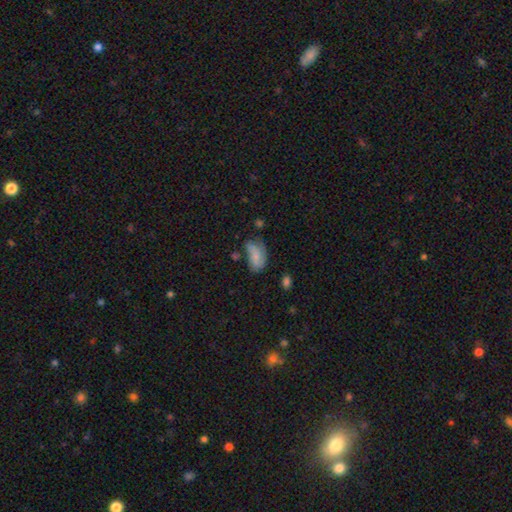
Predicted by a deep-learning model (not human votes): smooth 64%, featured or disk 28%, star or artifact 9%. Down the decision tree: how rounded — in between (91%); merging — none (40%).